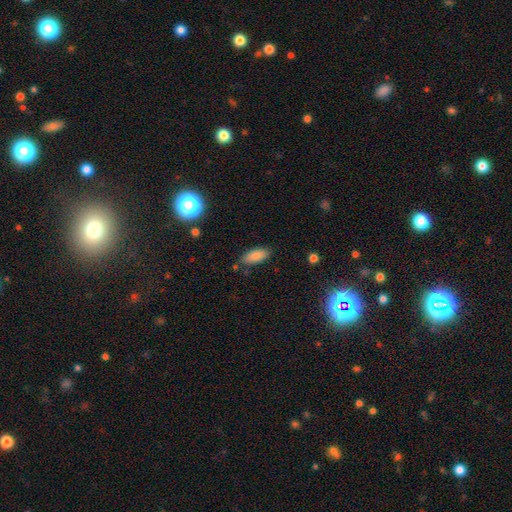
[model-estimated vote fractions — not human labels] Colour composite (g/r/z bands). It shows a smooth galaxy with no disk features (86%) that is in between round and cigar-shaped (82%). Merging: none (80%).